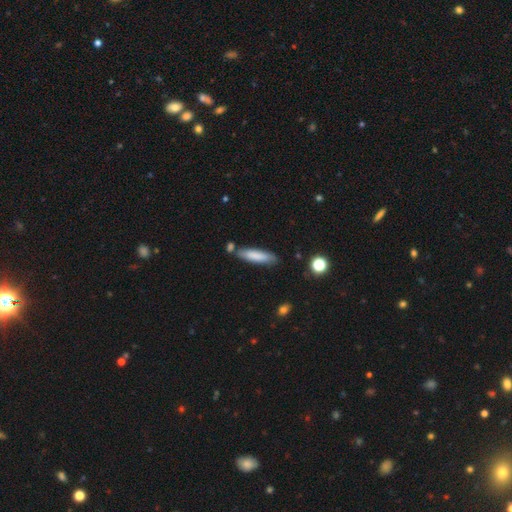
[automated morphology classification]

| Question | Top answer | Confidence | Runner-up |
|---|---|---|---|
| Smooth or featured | smooth | 80% | featured or disk (14%) |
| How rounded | cigar-shaped | 78% | in between (21%) |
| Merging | none | 75% | minor disturbance (14%) |